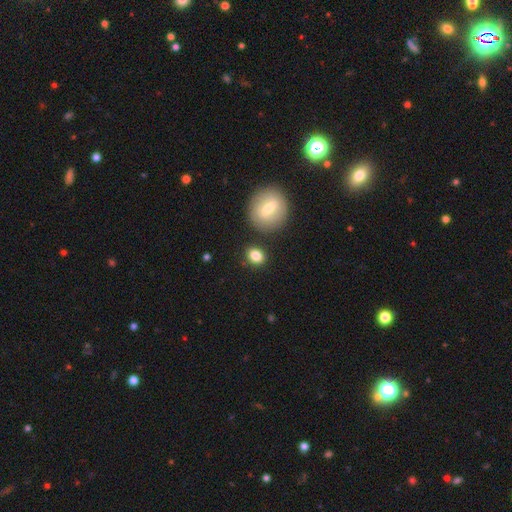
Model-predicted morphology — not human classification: Smooth or featured? Predicted: smooth (p=0.83). How rounded? Predicted: in between (p=0.55). Merging? Predicted: none (p=0.80).